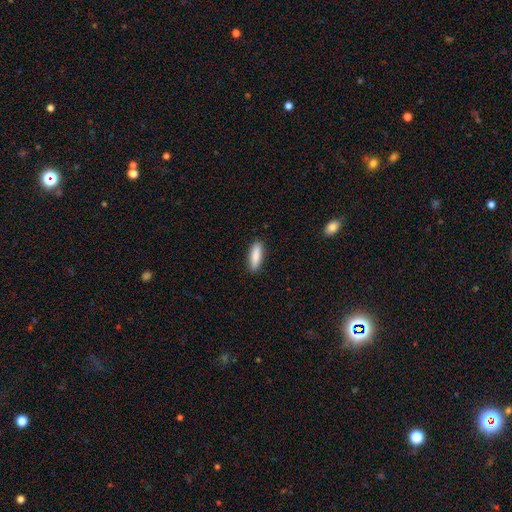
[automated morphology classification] smooth-or-featured: smooth: 87% | featured or disk: 7% | star or artifact: 6%
  how-rounded: cigar-shaped: 55% | in between: 43% | round: 2%
  merging: none: 89% | minor disturbance: 8% | major disturbance: 2% | merger: 1%